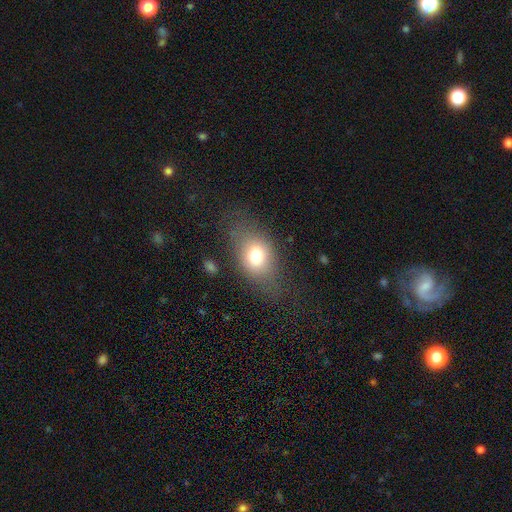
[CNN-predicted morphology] Q: Smooth or featured?
A: smooth (73%); runner-up: featured or disk (16%)
Q: How rounded?
A: in between (72%); runner-up: round (26%)
Q: Merging?
A: none (64%); runner-up: minor disturbance (20%)